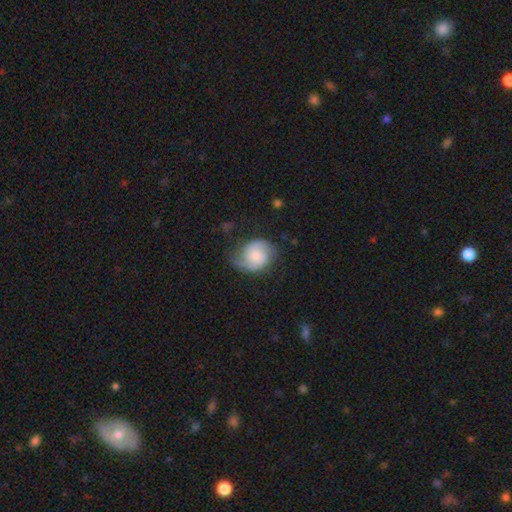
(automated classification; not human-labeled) The model was most divided on "bulge size" (2-way tie): small: 30%, moderate: 30%, none: 20%, large: 16%, dominant: 5%. Remaining: edge-on disk — no (98%); spiral arms — yes (92%); spiral arm count — 2 (84%); bar — no (68%); merging — none (59%); smooth or featured — featured or disk (57%); spiral winding — medium (44%).